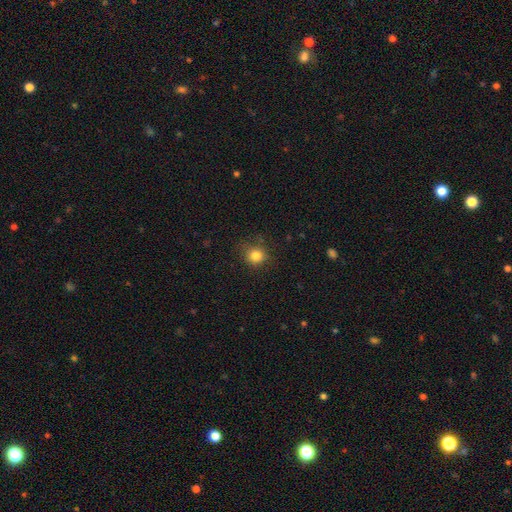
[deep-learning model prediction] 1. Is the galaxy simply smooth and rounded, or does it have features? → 82% smooth, 12% star or artifact, 5% featured or disk.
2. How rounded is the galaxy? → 86% round, 13% in between, 1% cigar-shaped.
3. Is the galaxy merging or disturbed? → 81% none, 13% minor disturbance, 4% major disturbance, 2% merger.